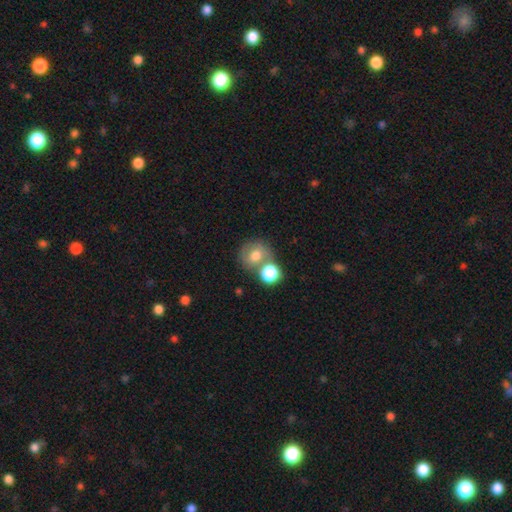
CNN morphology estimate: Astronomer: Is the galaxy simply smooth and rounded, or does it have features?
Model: smooth — 68%.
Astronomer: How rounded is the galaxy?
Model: round — 79%.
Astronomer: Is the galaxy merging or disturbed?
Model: none — 47% (runner-up: merger, 36%).